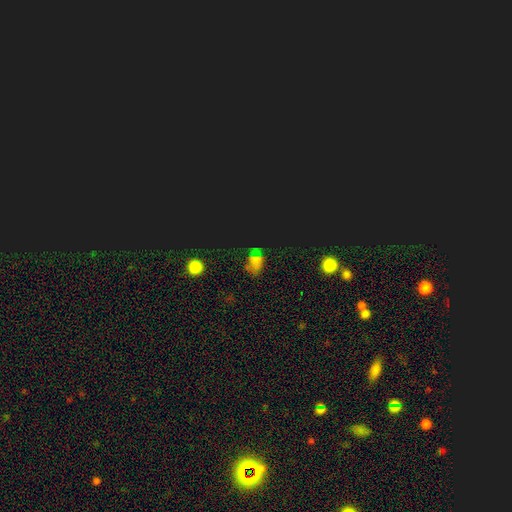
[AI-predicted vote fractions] This is possibly a star or artifact rather than a galaxy (56%).